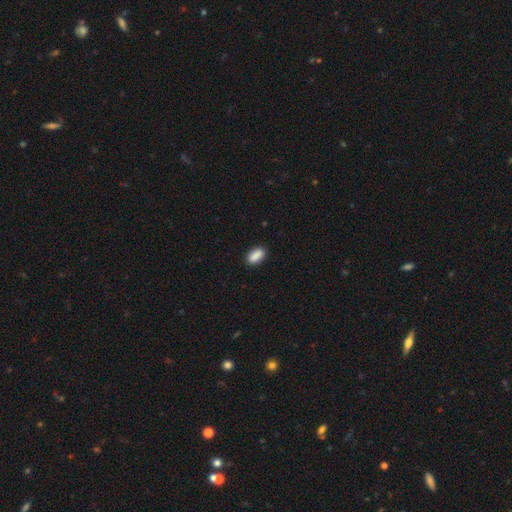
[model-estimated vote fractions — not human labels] Smooth or featured: smooth — 88% (star or artifact — 7%)
How rounded: in between — 86% (cigar-shaped — 10%)
Merging: none — 87% (minor disturbance — 9%)